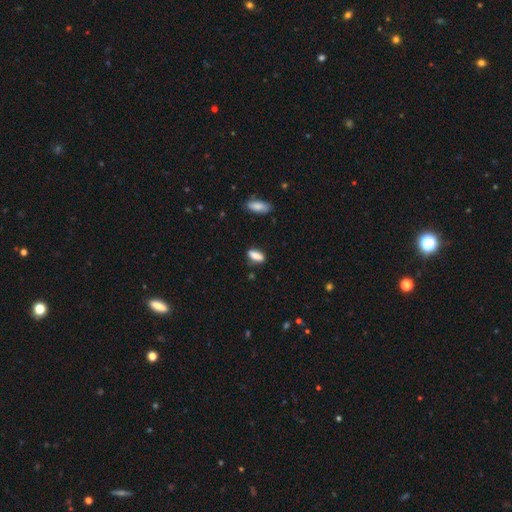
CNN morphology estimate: The model was most divided on "how rounded": in between: 74%, cigar-shaped: 23%, round: 3%. More confident: smooth or featured — smooth (85%); merging — none (82%).